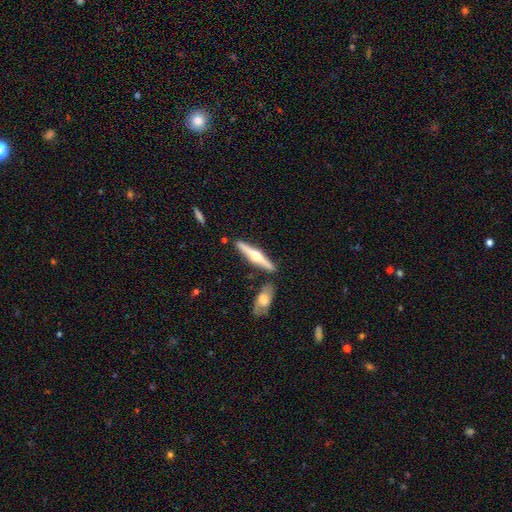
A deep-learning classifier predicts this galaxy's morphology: Smooth or featured?
  - featured or disk: 70% *
  - smooth: 26%
  - star or artifact: 5%
Edge-on disk?
  - yes: 97% *
  - no: 3%
Edge-on bulge?
  - rounded: 95% *
  - boxy: 3%
  - none: 3%
Merging?
  - none: 82% *
  - minor disturbance: 8%
  - merger: 8%
  - major disturbance: 2%